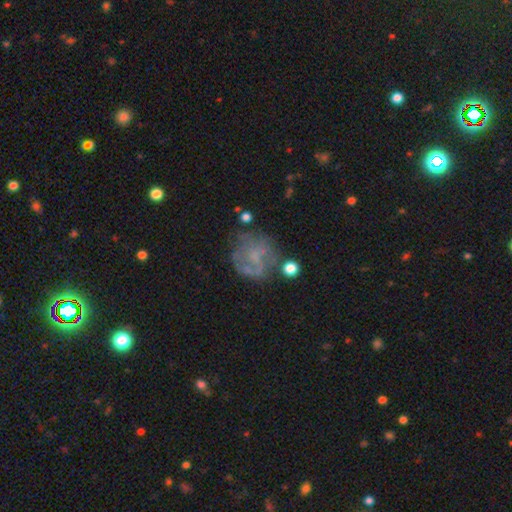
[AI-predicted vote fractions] Q: Smooth or featured?
A: featured or disk (55%); runner-up: smooth (31%)
Q: Edge-on disk?
A: no (98%); runner-up: yes (2%)
Q: Bar?
A: no (76%); runner-up: weak (19%)
Q: Spiral arms?
A: no (55%); runner-up: yes (45%)
Q: Bulge size?
A: none (58%); runner-up: small (23%)
Q: Merging?
A: none (53%); runner-up: minor disturbance (21%)